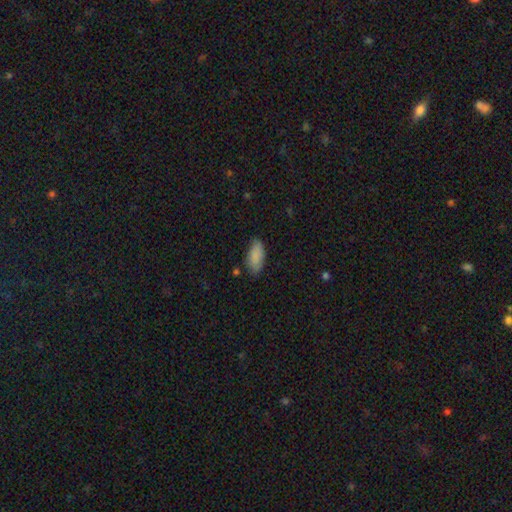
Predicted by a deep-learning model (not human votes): This appears to be a smooth galaxy with no disk features (87%) that is in between round and cigar-shaped (90%). Merging: none (76%).